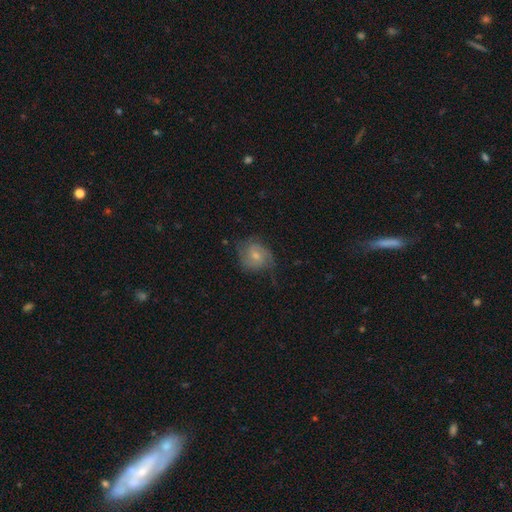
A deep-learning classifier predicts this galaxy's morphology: This is possibly a featured or disk galaxy (59%). It is clearly not viewed edge-on (97%). Bar: possibly no (52%). Spiral arm pattern: clearly yes (88%). Spiral arm count: likely 2 (67%). Spiral winding: marginally medium (44%). Central bulge: possibly moderate (49%). Merging: likely none (62%).